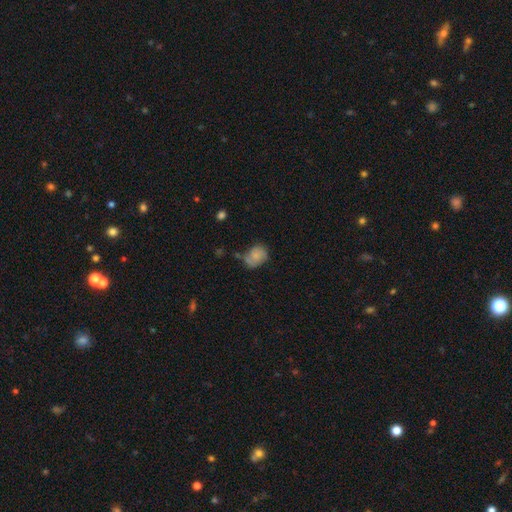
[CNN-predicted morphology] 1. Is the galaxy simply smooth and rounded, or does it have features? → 63% smooth, 28% featured or disk, 9% star or artifact.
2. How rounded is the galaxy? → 56% in between, 43% round, 1% cigar-shaped.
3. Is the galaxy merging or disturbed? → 47% none, 31% minor disturbance, 13% major disturbance, 9% merger.